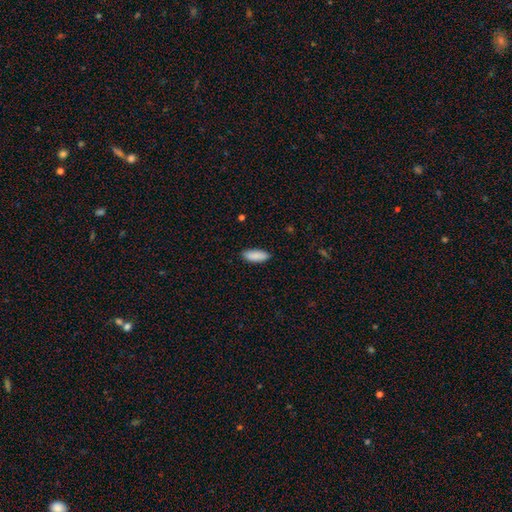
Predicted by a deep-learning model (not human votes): A smooth galaxy with no disk features (90%) that is in between round and cigar-shaped (76%). Merging: none (88%).